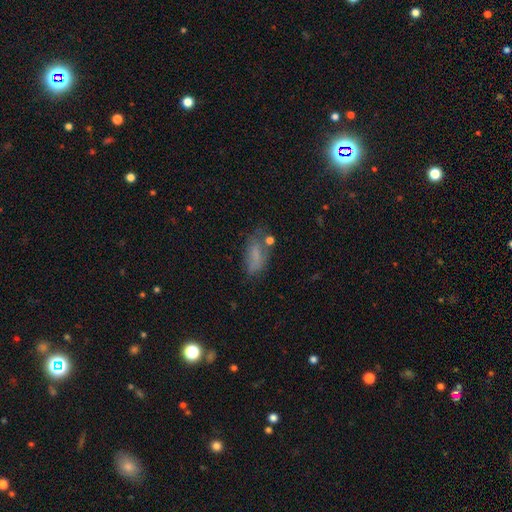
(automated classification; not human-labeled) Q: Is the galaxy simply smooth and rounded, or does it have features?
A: smooth — 66%.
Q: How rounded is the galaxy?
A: in between — 82%.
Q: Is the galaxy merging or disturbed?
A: none — 50%.